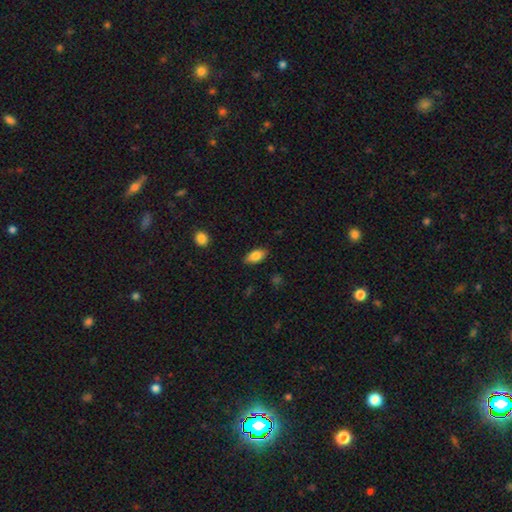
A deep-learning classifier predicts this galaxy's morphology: Smooth or featured? Predicted: smooth (p=0.84). How rounded? Predicted: in between (p=0.91). Merging? Predicted: none (p=0.86).